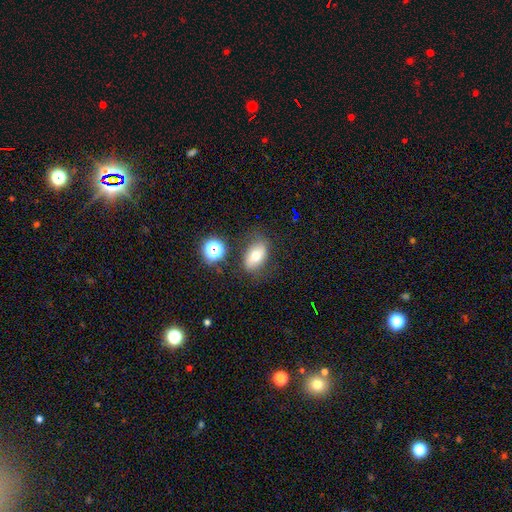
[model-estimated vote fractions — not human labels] smooth 64%, featured or disk 23%, star or artifact 13%. Down the decision tree: how rounded — in between (85%); merging — none (72%).